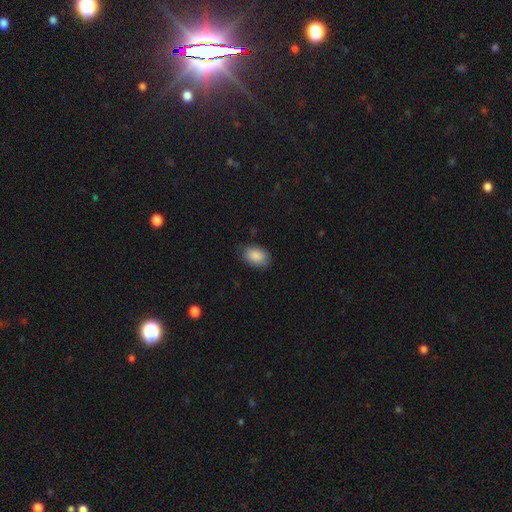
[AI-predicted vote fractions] This is clearly a smooth galaxy (88%). How rounded: clearly in between (86%). Merging: likely none (78%).